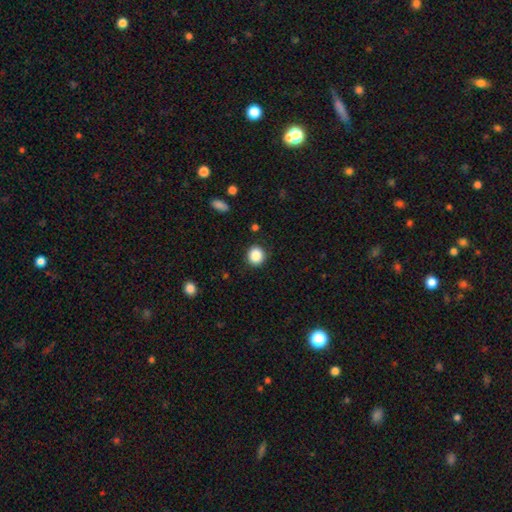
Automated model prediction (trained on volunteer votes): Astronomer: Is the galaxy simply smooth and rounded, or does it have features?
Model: smooth — 88%.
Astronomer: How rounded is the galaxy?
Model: round — 86%.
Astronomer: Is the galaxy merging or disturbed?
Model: none — 90%.